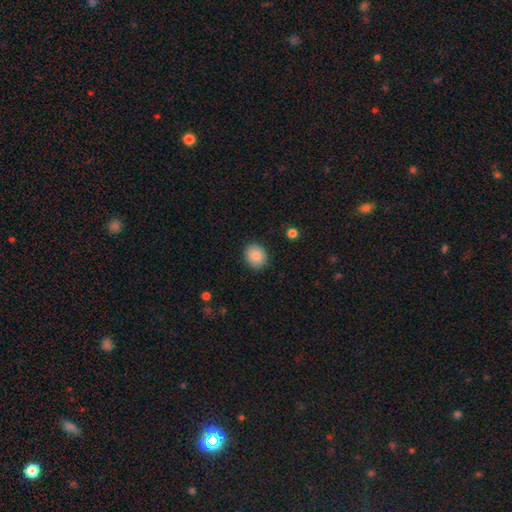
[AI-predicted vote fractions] smooth-or-featured: smooth: 86% | star or artifact: 8% | featured or disk: 6%
  how-rounded: round: 67% | in between: 32% | cigar-shaped: 1%
  merging: none: 88% | minor disturbance: 8% | major disturbance: 2% | merger: 1%